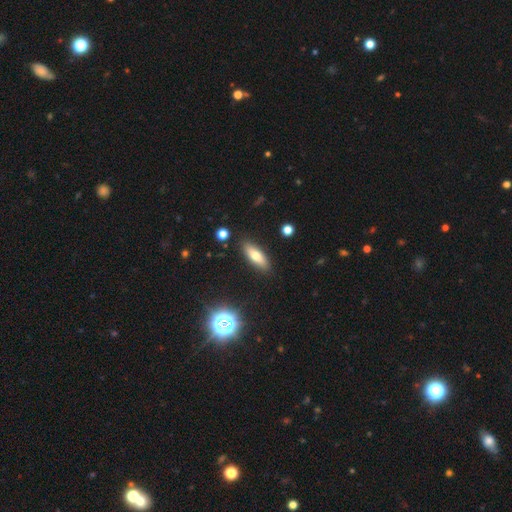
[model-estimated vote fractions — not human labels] Smooth or featured? smooth (68%)
How rounded? in between (59%)
Merging? none (87%)